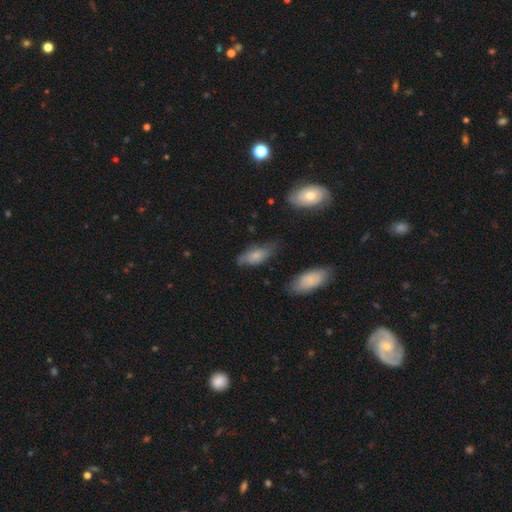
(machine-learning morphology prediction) This appears to be a smooth galaxy with no disk features (67%) that is in between round and cigar-shaped (81%). Merging: none (58%).